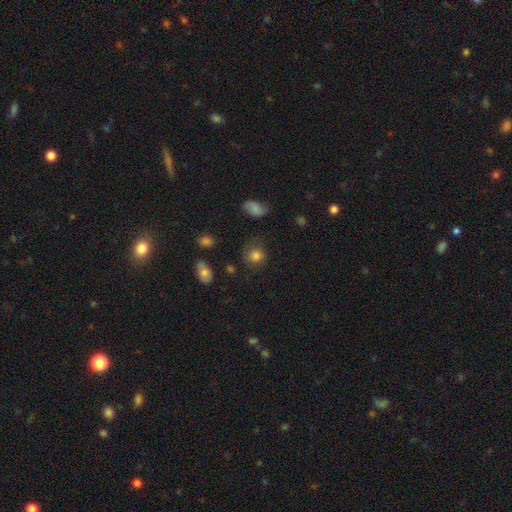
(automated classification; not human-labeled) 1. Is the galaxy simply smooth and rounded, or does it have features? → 79% smooth, 12% star or artifact, 9% featured or disk.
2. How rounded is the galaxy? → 80% round, 19% in between, 1% cigar-shaped.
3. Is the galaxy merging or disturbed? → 71% none, 18% minor disturbance, 8% major disturbance, 3% merger.